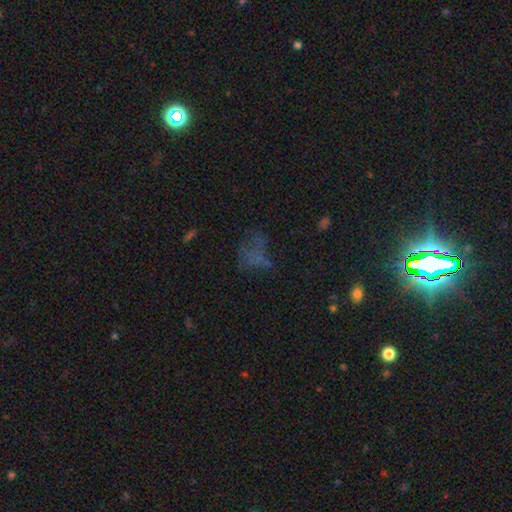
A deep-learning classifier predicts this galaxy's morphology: Smooth or featured: star or artifact — 36% (tied with smooth — 36%)